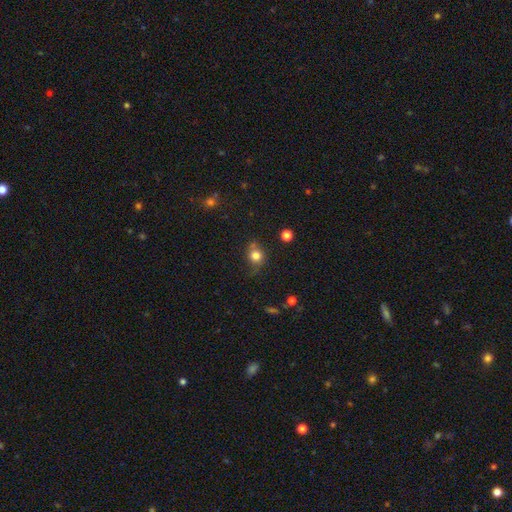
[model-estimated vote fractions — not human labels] smooth 80%, star or artifact 13%, featured or disk 8%. Down the decision tree: how rounded — round (79%); merging — none (64%).